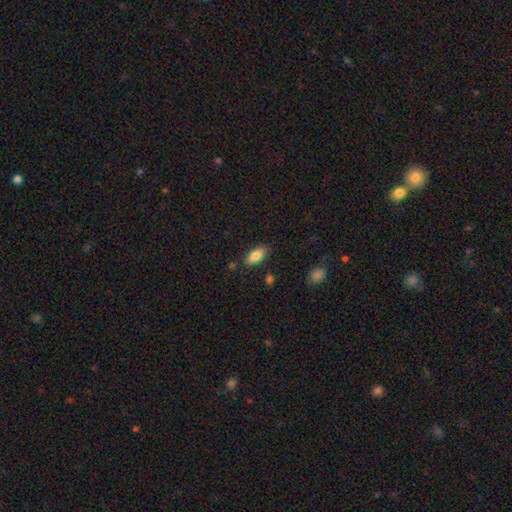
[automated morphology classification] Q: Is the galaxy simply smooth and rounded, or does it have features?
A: smooth — 85%.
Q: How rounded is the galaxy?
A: in between — 89%.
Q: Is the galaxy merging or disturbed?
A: none — 82%.